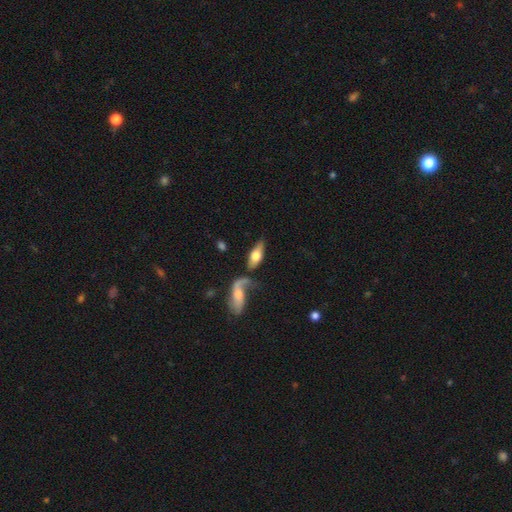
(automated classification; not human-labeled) A smooth galaxy with no disk features (58%) that is in between round and cigar-shaped (77%).

Vote fractions:
- Smooth or featured? smooth: 58% / featured or disk: 36% / star or artifact: 6%
- How rounded? in between: 77% / cigar-shaped: 20% / round: 3%
- Merging? none: 41% / merger: 35% / minor disturbance: 14% / major disturbance: 10%